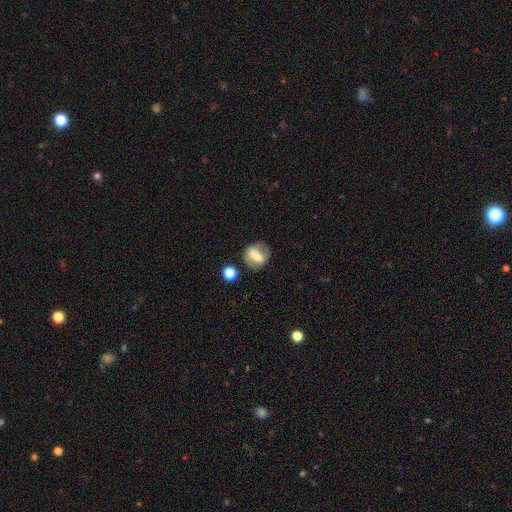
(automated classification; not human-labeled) Smooth or featured? Predicted: smooth (p=0.53). How rounded? Predicted: round (p=0.49). Merging? Predicted: none (p=0.69).